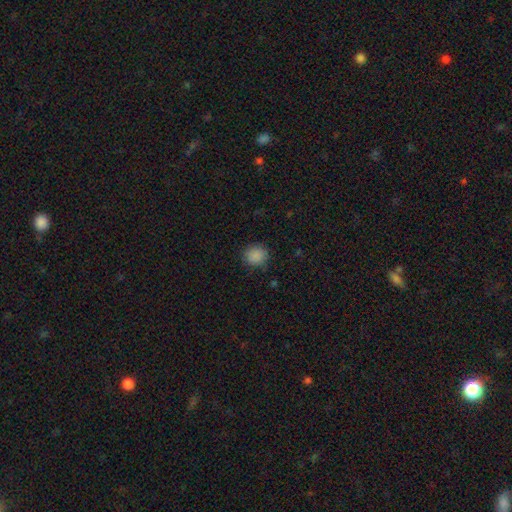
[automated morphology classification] smooth-or-featured: smooth: 87% | star or artifact: 10% | featured or disk: 4%
  how-rounded: round: 81% | in between: 18% | cigar-shaped: 1%
  merging: none: 85% | minor disturbance: 11% | major disturbance: 3% | merger: 1%